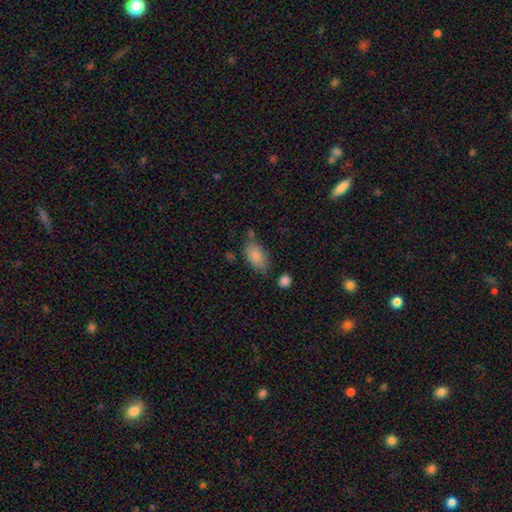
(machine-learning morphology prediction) Smooth or featured? smooth (85%)
How rounded? in between (91%)
Merging? none (65%)